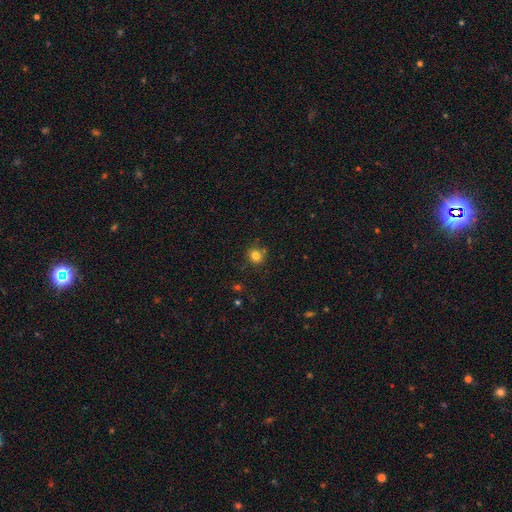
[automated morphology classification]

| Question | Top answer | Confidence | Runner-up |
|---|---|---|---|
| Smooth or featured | smooth | 80% | star or artifact (14%) |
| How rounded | round | 88% | in between (11%) |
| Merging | none | 81% | minor disturbance (11%) |